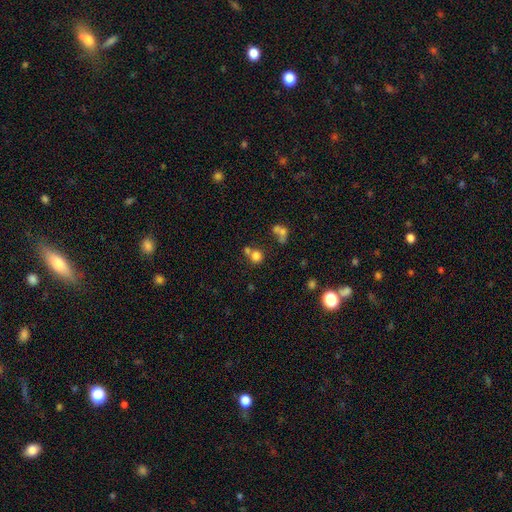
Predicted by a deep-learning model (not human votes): smooth 75%, star or artifact 15%, featured or disk 10%. Down the decision tree: how rounded — round (85%); merging — none (54%).